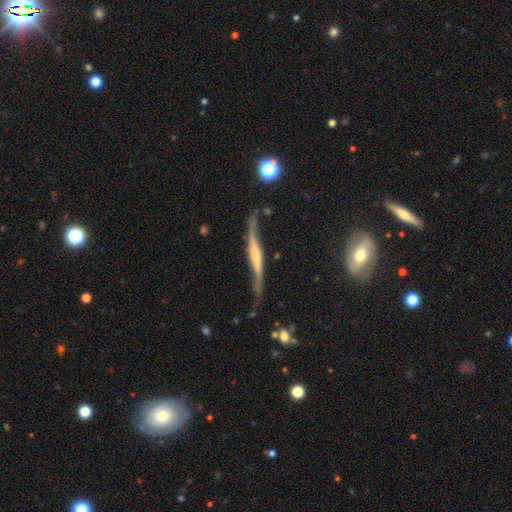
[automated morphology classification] featured or disk 75%, smooth 18%, star or artifact 7%. Down the decision tree: edge-on disk — yes (64%); merging — none (54%).